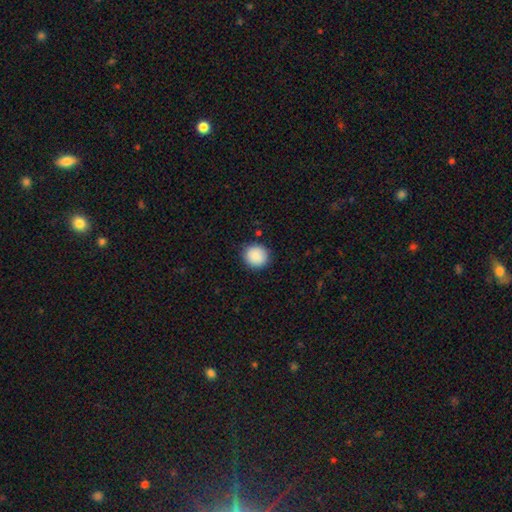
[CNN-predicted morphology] Smooth or featured? Predicted: smooth (p=0.89). How rounded? Predicted: round (p=0.90). Merging? Predicted: none (p=0.89).